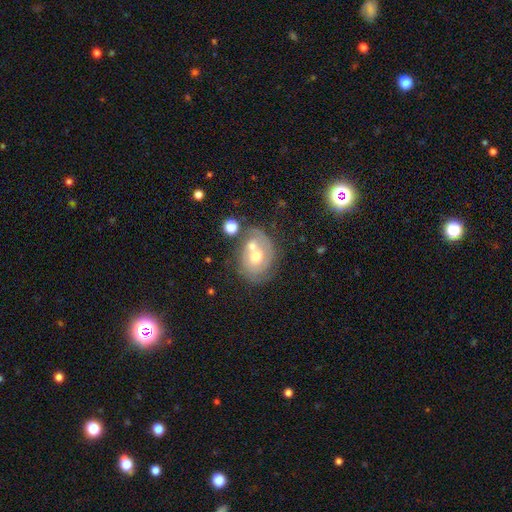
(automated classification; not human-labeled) This is likely a featured or disk galaxy (62%). It is clearly not viewed edge-on (96%). Bar: likely no (78%). Spiral arm pattern: likely yes (66%). Central bulge: likely moderate (70%). Merging: marginally merger (38%).